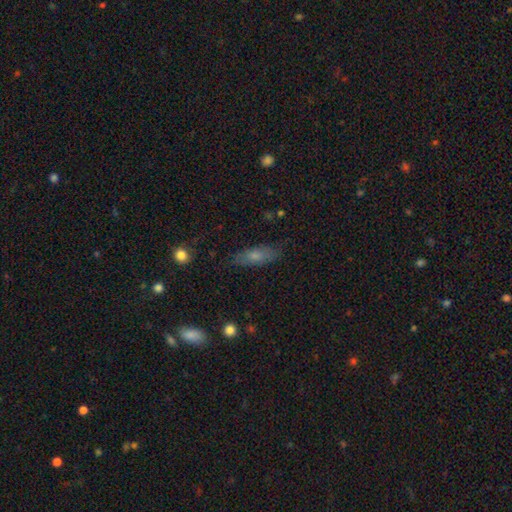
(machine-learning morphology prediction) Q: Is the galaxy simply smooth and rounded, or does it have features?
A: smooth — 65%.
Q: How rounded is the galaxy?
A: in between — 56%.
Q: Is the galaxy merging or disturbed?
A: none — 79%.